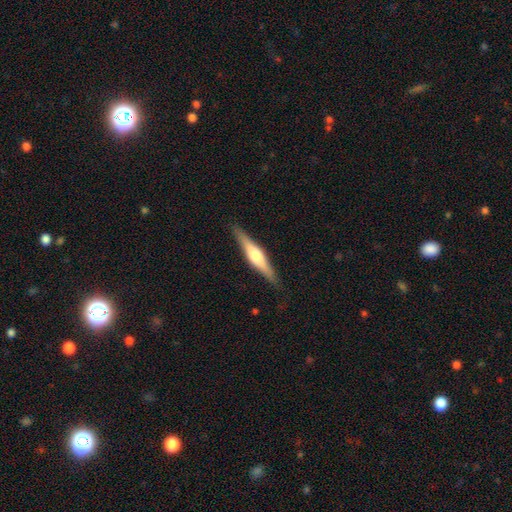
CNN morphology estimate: This is likely a featured or disk galaxy (63%). It is clearly viewed edge-on (97%). Edge-on bulge: clearly rounded (85%). Merging: clearly none (88%).